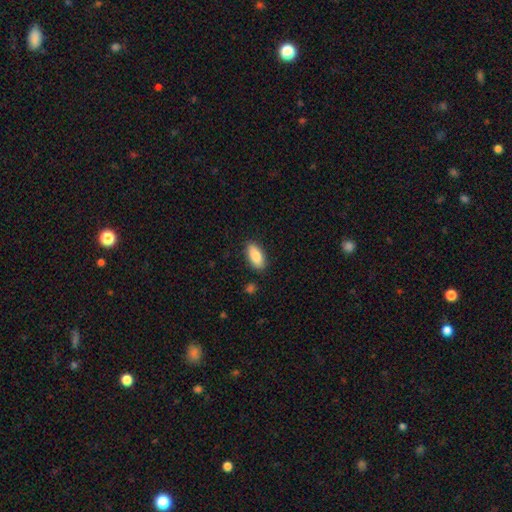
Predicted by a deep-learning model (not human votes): Morphology: type=smooth (85%); roundness=in between (86%); merging=none (87%).